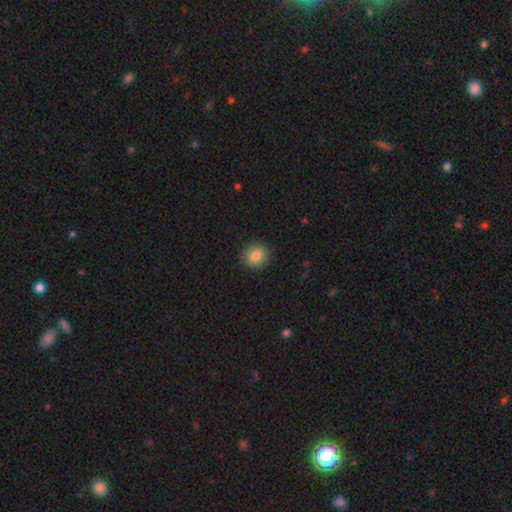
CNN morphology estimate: A smooth galaxy with no disk features (84%) that is round (77%). Merging: none (90%).